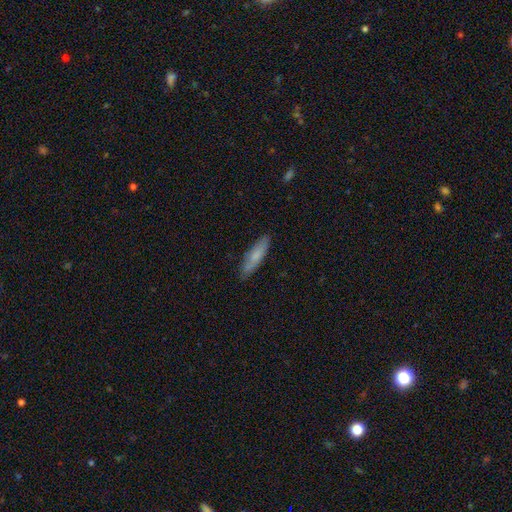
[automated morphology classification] Overall: smooth (73%). How rounded: cigar-shaped (73%). Merging: none (82%).